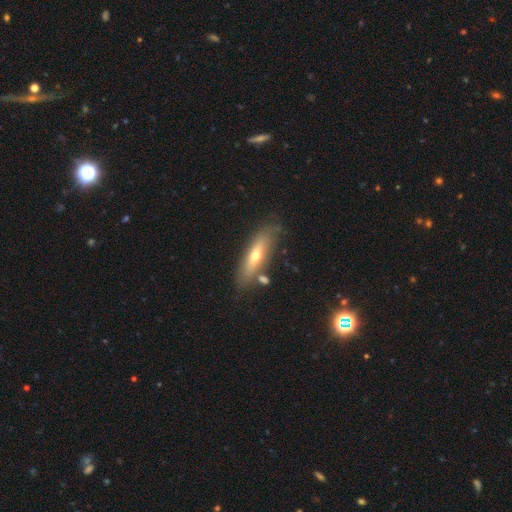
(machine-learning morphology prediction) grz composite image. It shows a smooth galaxy with no disk features (48%). Merging: none (73%).